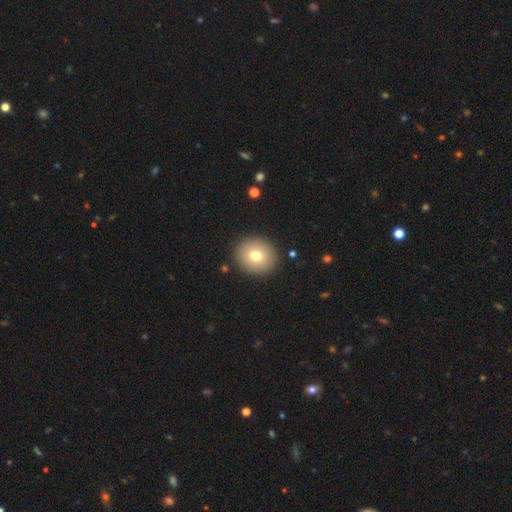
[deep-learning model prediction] smooth 74%, featured or disk 15%, star or artifact 11%. Down the decision tree: how rounded — round (86%); merging — none (90%).